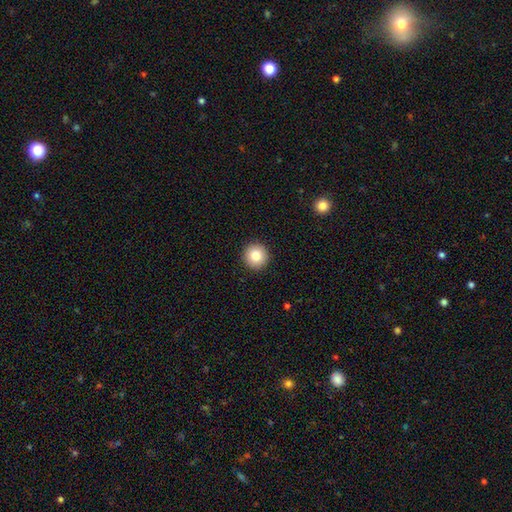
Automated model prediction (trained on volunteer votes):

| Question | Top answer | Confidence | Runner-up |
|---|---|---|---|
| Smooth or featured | smooth | 83% | star or artifact (9%) |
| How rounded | round | 96% | in between (3%) |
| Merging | none | 93% | minor disturbance (4%) |